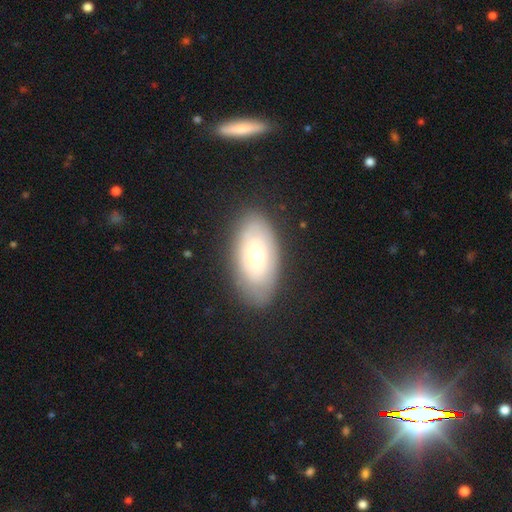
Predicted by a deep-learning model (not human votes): Smooth or featured?
  - smooth: 57% *
  - featured or disk: 35%
  - star or artifact: 7%
How rounded?
  - in between: 91% *
  - round: 5%
  - cigar-shaped: 4%
Merging?
  - none: 80% *
  - minor disturbance: 14%
  - major disturbance: 4%
  - merger: 1%